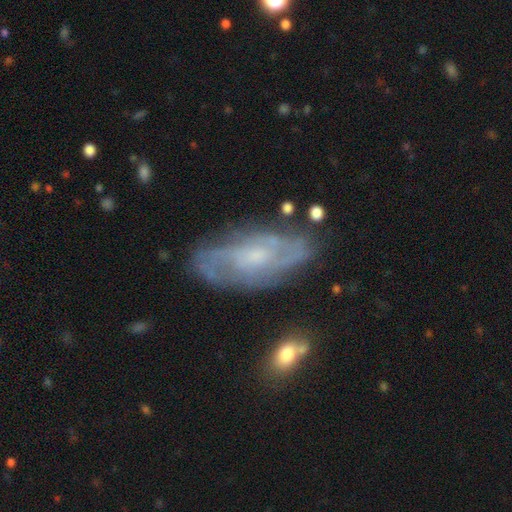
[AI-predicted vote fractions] A featured or disk galaxy (76%) with no bar (58%), tight (44%) spiral arms (86%) and a small central bulge (54%). Merging: none (75%).